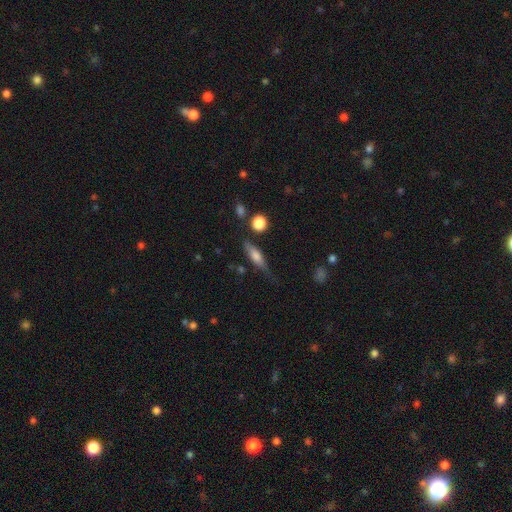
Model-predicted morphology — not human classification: type=smooth (56%); roundness=cigar-shaped (59%); merging=none (63%).